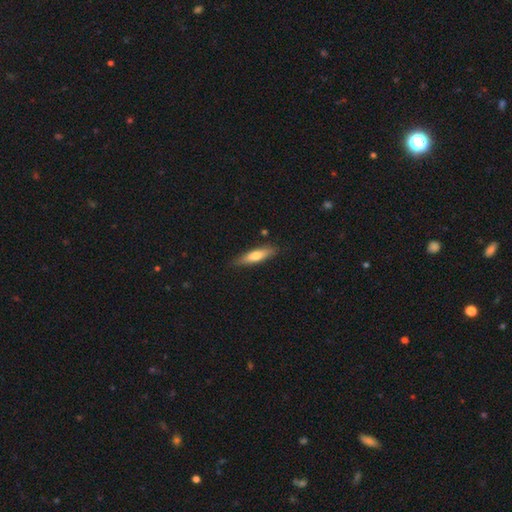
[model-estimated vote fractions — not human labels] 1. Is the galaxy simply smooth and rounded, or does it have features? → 65% smooth, 30% featured or disk, 6% star or artifact.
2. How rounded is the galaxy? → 73% cigar-shaped, 26% in between, 2% round.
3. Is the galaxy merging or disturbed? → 84% none, 12% minor disturbance, 2% major disturbance, 2% merger.